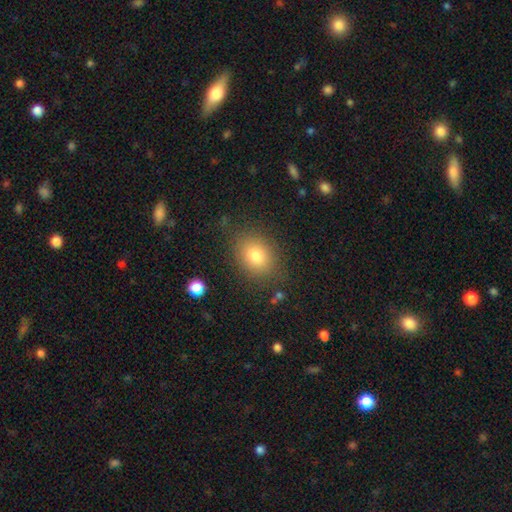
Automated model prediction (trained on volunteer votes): This is likely a smooth galaxy (79%). How rounded: possibly in between (56%). Merging: clearly none (81%).